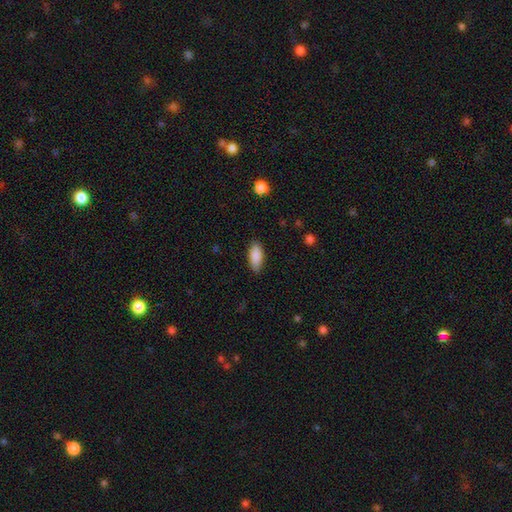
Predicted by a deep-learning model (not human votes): smooth-or-featured: smooth: 88% | star or artifact: 6% | featured or disk: 5%
  how-rounded: in between: 84% | cigar-shaped: 14% | round: 2%
  merging: none: 83% | minor disturbance: 13% | major disturbance: 3% | merger: 1%